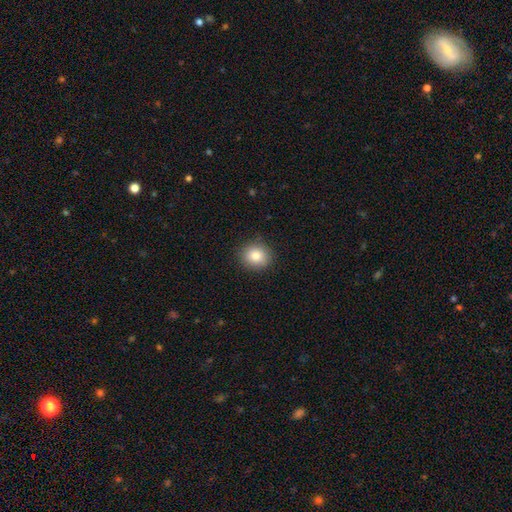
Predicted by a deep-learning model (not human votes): This appears to be a smooth galaxy with no disk features (83%) that is round (82%). Merging: none (89%).